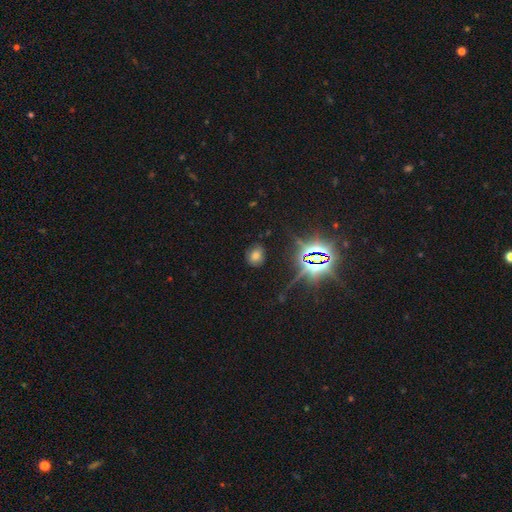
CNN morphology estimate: A smooth galaxy with no disk features (55%) that is round (65%).

Vote fractions:
- Smooth or featured? smooth: 55% / star or artifact: 36% / featured or disk: 9%
- How rounded? round: 65% / in between: 33% / cigar-shaped: 2%
- Merging? none: 84% / minor disturbance: 10% / major disturbance: 4% / merger: 2%